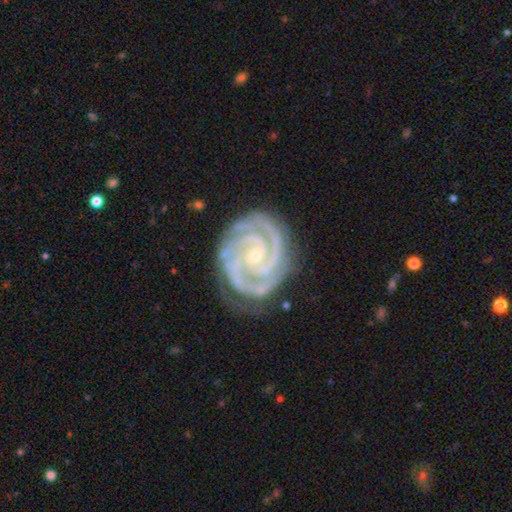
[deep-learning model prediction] Smooth or featured? featured or disk (94%)
Edge-on disk? no (98%)
Bar? no (60%)
Spiral arms? yes (99%)
Spiral winding? tight (80%)
Spiral arm count? 2 (54%)
Bulge size? small (81%)
Merging? none (77%)